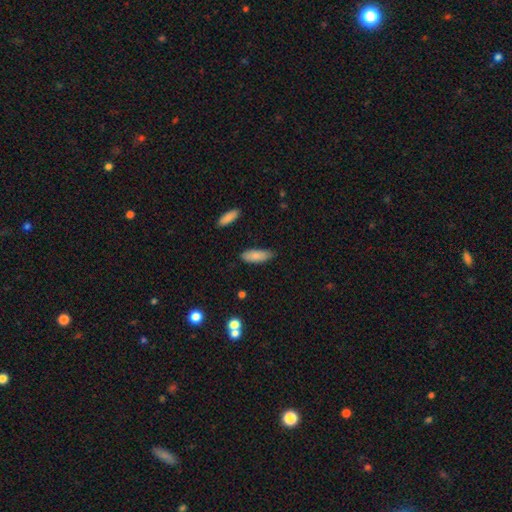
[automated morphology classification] This appears to be a smooth galaxy with no disk features (85%) that is in between round and cigar-shaped (71%). Merging: none (80%).